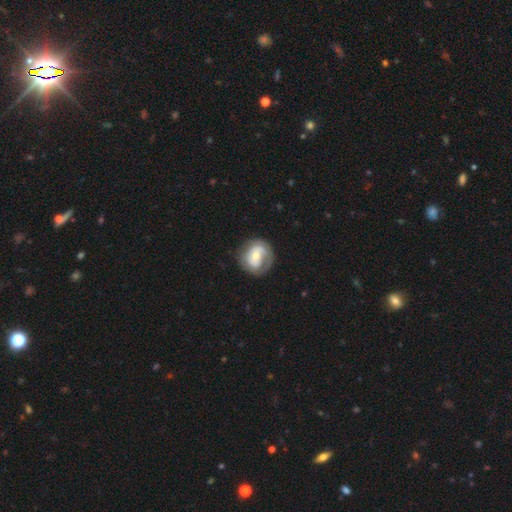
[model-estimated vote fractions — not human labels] Overall: featured or disk (62%; smooth 32%). Edge-on disk: no (97%). Bar: no (49%; weak 37%). Spiral arms: yes (74%). Bulge size: moderate (54%; small 37%). Merging: none (71%).